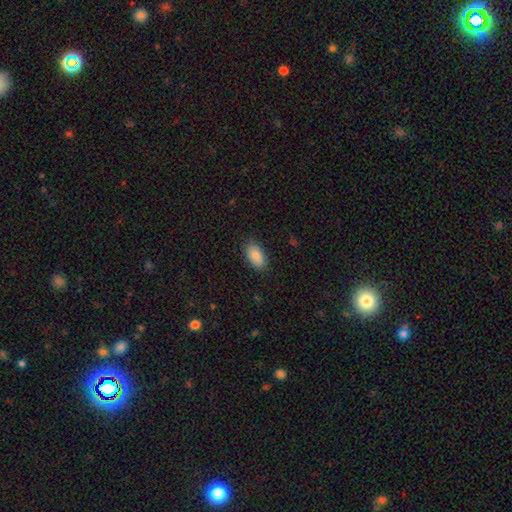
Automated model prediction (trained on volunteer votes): smooth_or_featured: smooth (p=0.87) [alt: star or artifact p=0.07]
how_rounded: in between (p=0.93) [alt: round p=0.03]
merging: none (p=0.85) [alt: minor disturbance p=0.11]